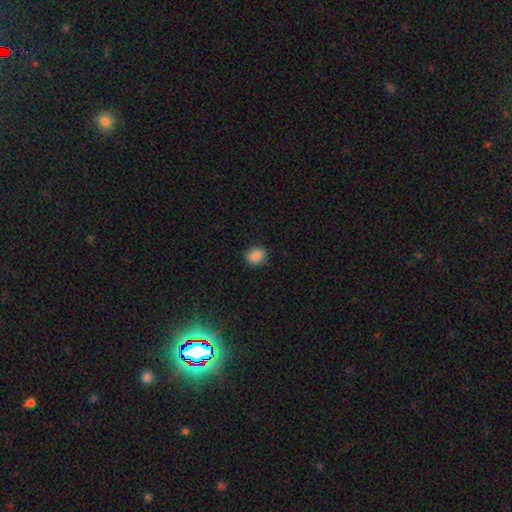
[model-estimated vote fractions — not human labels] smooth_or_featured: smooth (p=0.85) [alt: star or artifact p=0.10]
how_rounded: round (p=0.74) [alt: in between p=0.25]
merging: none (p=0.87) [alt: minor disturbance p=0.10]